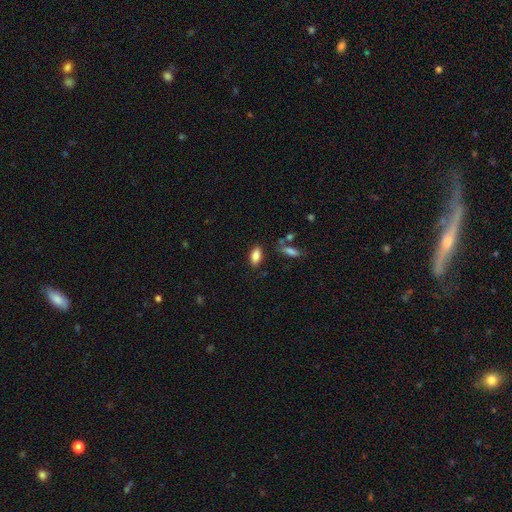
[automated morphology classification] Smooth or featured? Predicted: smooth (p=0.85). How rounded? Predicted: in between (p=0.89). Merging? Predicted: none (p=0.81).